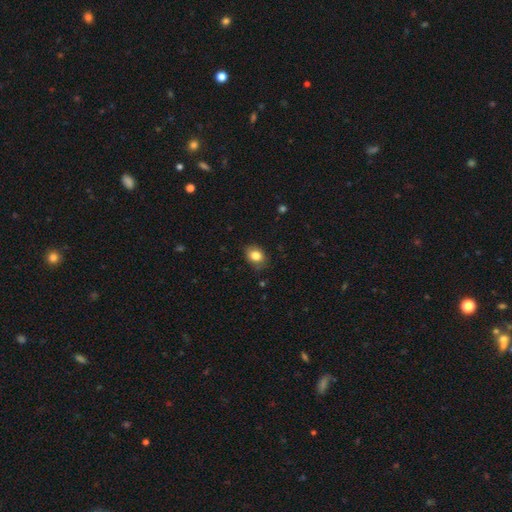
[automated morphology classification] This appears to be a smooth galaxy with no disk features (83%) that is in between round and cigar-shaped (59%). Merging: none (82%).